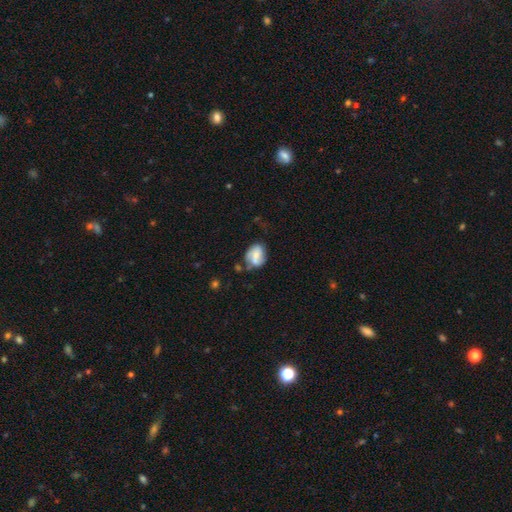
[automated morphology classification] This is possibly a featured or disk galaxy (46%, tied with smooth). Merging: possibly none (47%).